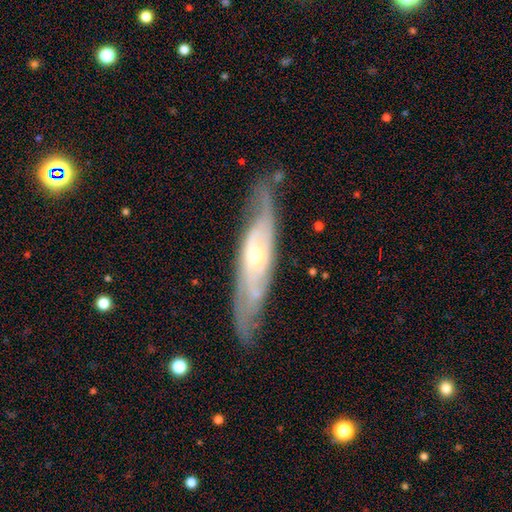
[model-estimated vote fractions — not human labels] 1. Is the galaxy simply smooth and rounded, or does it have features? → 79% featured or disk, 15% smooth, 6% star or artifact.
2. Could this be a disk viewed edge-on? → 64% no, 36% yes.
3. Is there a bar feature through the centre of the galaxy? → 58% no, 33% weak, 9% strong.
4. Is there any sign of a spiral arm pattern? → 89% yes, 11% no.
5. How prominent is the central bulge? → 59% small, 36% moderate, 2% large, 2% none, 1% dominant.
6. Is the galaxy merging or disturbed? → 75% none, 18% minor disturbance, 5% major disturbance, 2% merger.